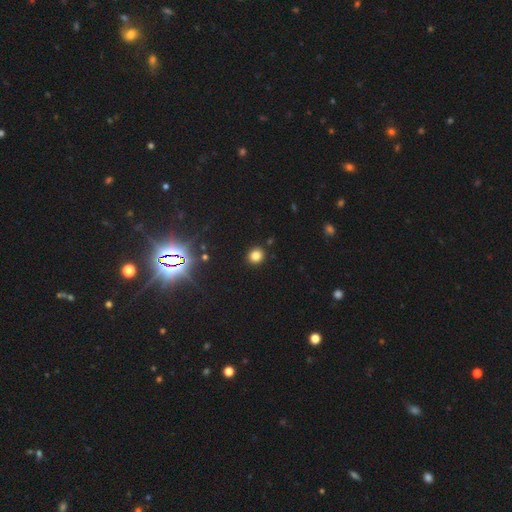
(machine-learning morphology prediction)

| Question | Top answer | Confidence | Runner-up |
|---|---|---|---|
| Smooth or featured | smooth | 80% | star or artifact (15%) |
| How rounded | round | 83% | in between (16%) |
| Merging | none | 91% | minor disturbance (6%) |